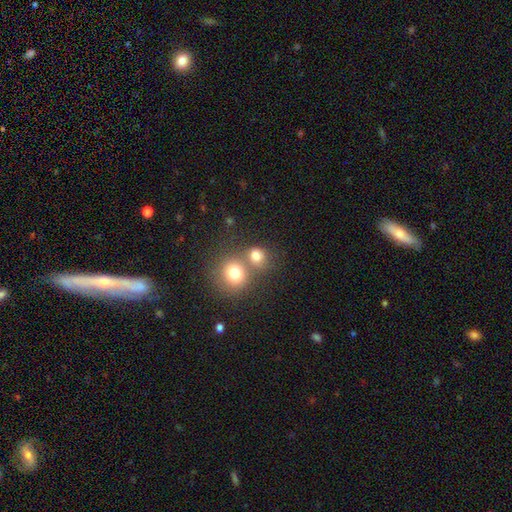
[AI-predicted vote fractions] The model was most divided on "merging": none: 46%, merger: 43%, minor disturbance: 7%, major disturbance: 4%. More confident: how rounded — round (79%); smooth or featured — smooth (77%).